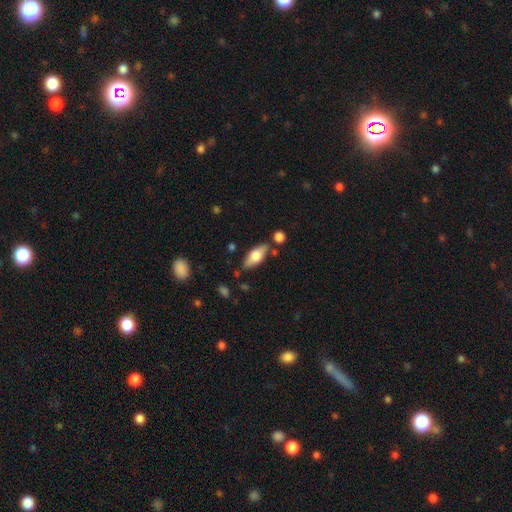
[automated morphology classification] The model was most divided on "smooth or featured": smooth: 61%, featured or disk: 33%, star or artifact: 6%. More confident: merging — none (78%); how rounded — in between (75%).